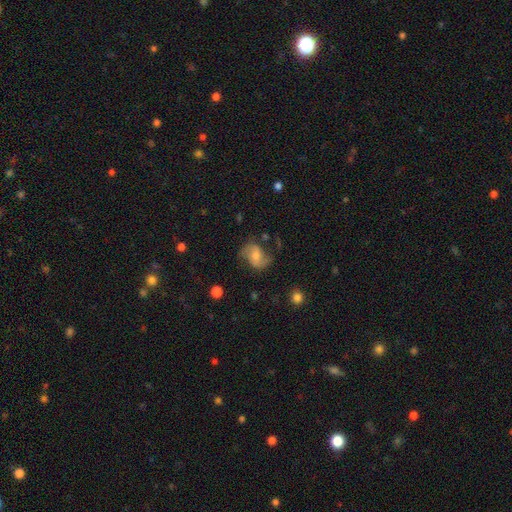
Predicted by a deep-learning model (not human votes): Smooth or featured? Predicted: featured or disk (p=0.67). Edge-on disk? Predicted: no (p=0.97). Bar? Predicted: no (p=0.45). Spiral arms? Predicted: yes (p=0.91). Spiral winding? Predicted: loose (p=0.51). Spiral arm count? Predicted: 2 (p=0.88). Bulge size? Predicted: moderate (p=0.50). Merging? Predicted: none (p=0.63).